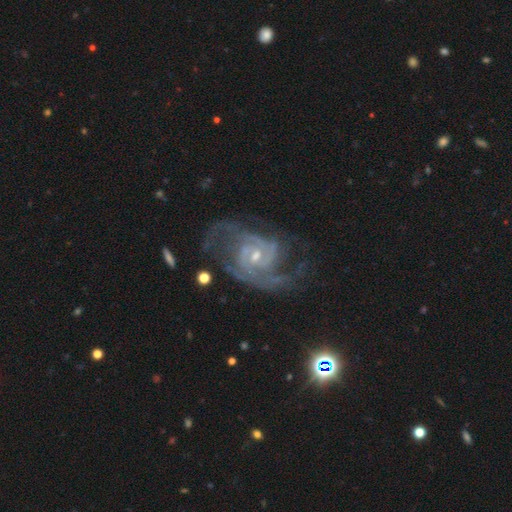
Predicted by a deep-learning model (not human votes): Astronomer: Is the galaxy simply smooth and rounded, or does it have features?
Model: featured or disk — 91%.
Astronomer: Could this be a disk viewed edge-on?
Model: no — 98%.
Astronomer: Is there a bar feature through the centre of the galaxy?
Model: no — 51% (runner-up: weak, 39%).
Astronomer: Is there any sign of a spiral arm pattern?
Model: yes — 98%.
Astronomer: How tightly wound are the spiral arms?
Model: medium — 48% (runner-up: tight, 39%).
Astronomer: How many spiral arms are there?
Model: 2 — 62%.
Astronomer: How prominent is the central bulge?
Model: small — 60% (runner-up: moderate, 36%).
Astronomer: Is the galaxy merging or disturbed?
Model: none — 60%.